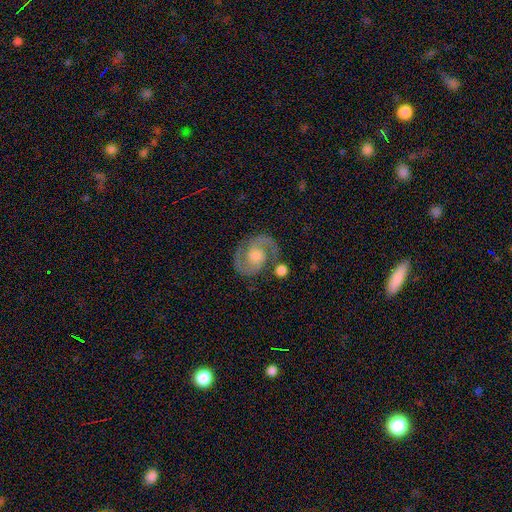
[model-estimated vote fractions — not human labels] Overall: featured or disk (90%). Edge-on disk: no (98%). Bar: no (63%; weak 30%). Spiral arms: yes (98%). Spiral arm count: 2 (93%). Spiral winding: medium (55%; tight 35%). Bulge size: moderate (55%; small 24%). Merging: none (77%).